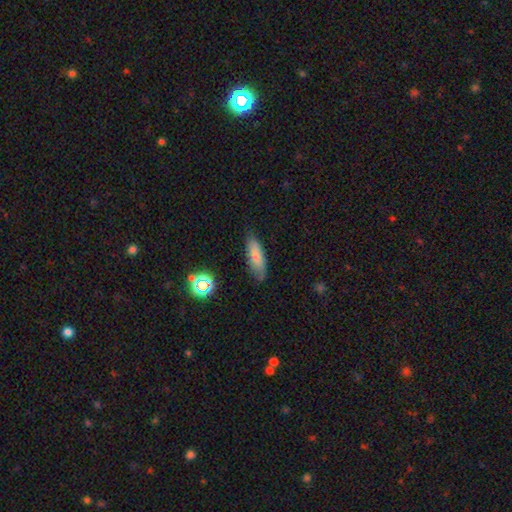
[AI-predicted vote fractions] This is likely a smooth galaxy (74%). How rounded: possibly in between (53%). Merging: likely none (75%).